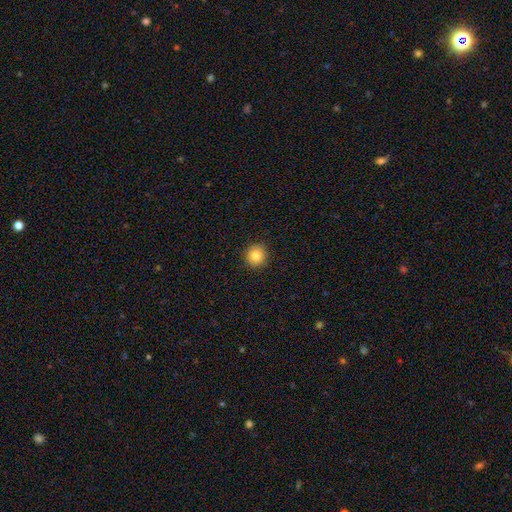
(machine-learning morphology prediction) A smooth galaxy with no disk features (84%) that is round (92%). Merging: none (91%).